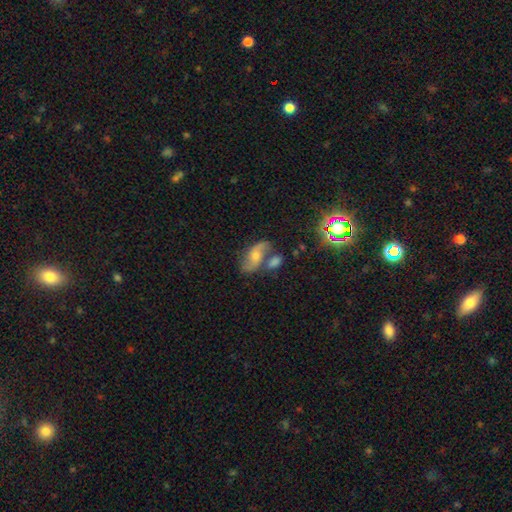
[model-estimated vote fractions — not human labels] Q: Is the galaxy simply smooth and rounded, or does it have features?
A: featured or disk — 61%.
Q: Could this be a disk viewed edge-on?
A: no — 93%.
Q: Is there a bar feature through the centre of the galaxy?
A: no — 62%.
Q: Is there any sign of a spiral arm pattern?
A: yes — 86%.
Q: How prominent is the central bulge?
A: moderate — 54%.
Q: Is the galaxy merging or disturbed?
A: none — 48%.